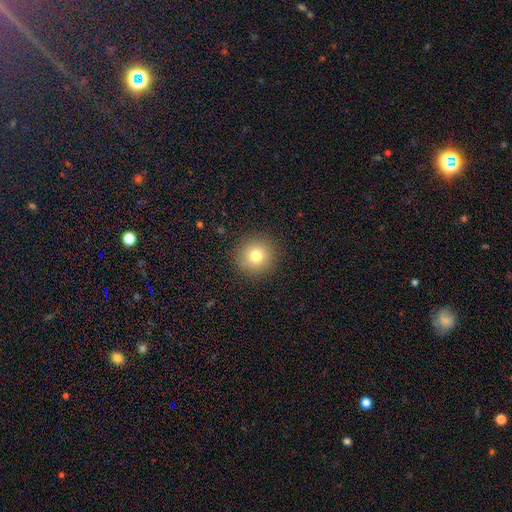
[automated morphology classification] Q: Smooth or featured?
A: smooth (78%); runner-up: star or artifact (13%)
Q: How rounded?
A: round (94%); runner-up: in between (5%)
Q: Merging?
A: none (91%); runner-up: minor disturbance (6%)